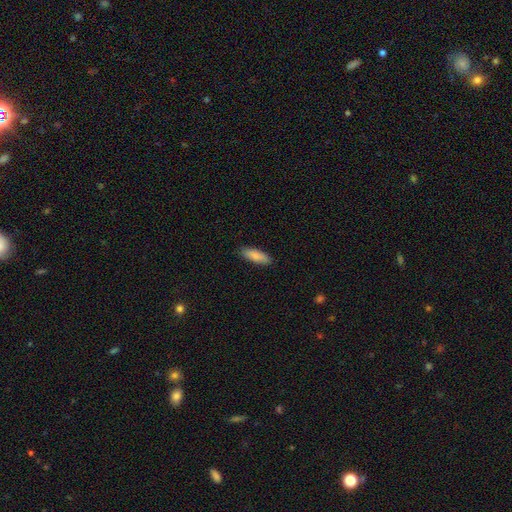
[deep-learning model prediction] smooth-or-featured: smooth: 86% | featured or disk: 8% | star or artifact: 6%
  how-rounded: in between: 58% | cigar-shaped: 40% | round: 2%
  merging: none: 88% | minor disturbance: 9% | major disturbance: 2% | merger: 1%